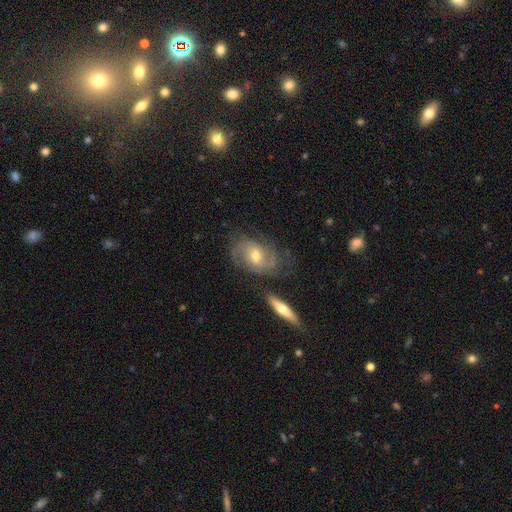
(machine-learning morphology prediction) Overall: featured or disk (82%). Edge-on disk: no (95%). Bar: no (58%; weak 34%). Spiral arms: yes (94%). Spiral arm count: 2 (53%; 3 18%). Spiral winding: medium (45%; tight 39%). Bulge size: moderate (57%; small 39%). Merging: none (65%).